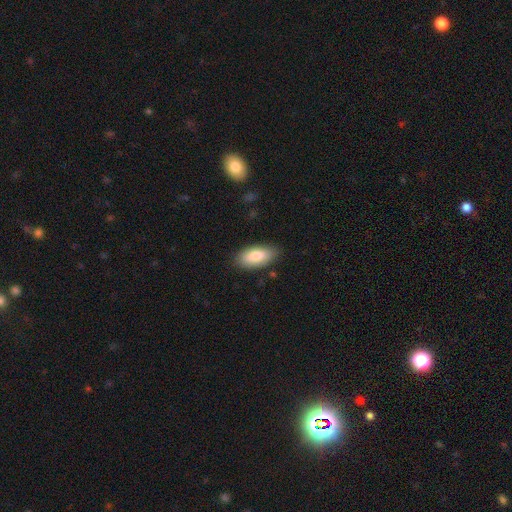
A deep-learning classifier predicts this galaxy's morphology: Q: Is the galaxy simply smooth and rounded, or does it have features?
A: smooth — 81%.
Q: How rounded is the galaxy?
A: in between — 90%.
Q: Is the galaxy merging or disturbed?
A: none — 83%.